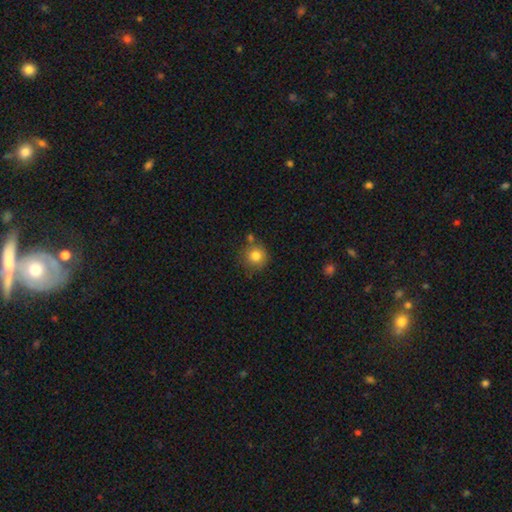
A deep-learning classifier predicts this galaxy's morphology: A smooth galaxy with no disk features (82%) that is round (92%).

Vote fractions:
- Smooth or featured? smooth: 82% / star or artifact: 11% / featured or disk: 8%
- How rounded? round: 92% / in between: 7% / cigar-shaped: 1%
- Merging? none: 73% / minor disturbance: 14% / merger: 9% / major disturbance: 4%